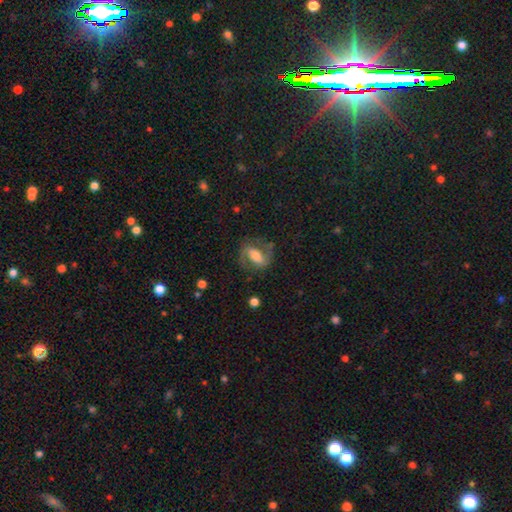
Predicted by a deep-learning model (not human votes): Morphology: type=featured or disk (67%); edge-on=no (95%); bar=strong (39%); spiral arms=yes (85%); winding=medium (51%); arm count=2 (87%); bulge=moderate (53%); merging=none (68%).